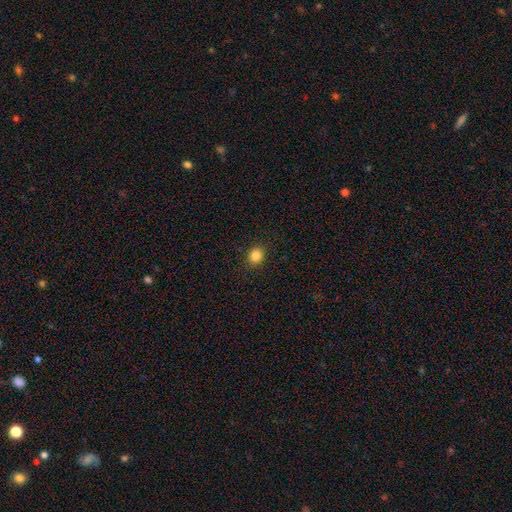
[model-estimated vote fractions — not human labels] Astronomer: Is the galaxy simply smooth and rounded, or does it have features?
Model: smooth — 84%.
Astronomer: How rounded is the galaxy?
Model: round — 72%.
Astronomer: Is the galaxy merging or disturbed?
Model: none — 90%.